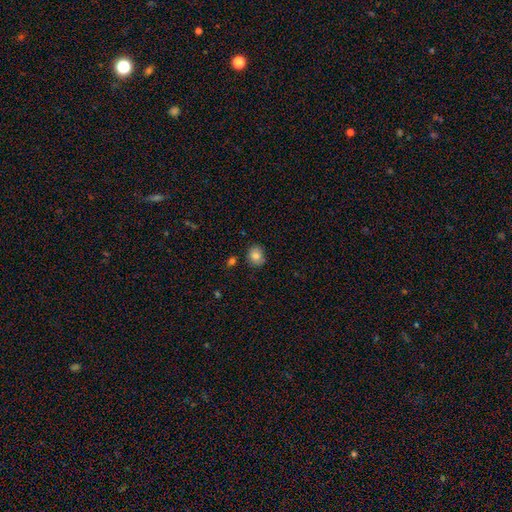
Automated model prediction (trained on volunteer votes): smooth_or_featured: smooth (p=0.82) [alt: star or artifact p=0.09]
how_rounded: round (p=0.64) [alt: in between p=0.35]
merging: none (p=0.83) [alt: minor disturbance p=0.12]